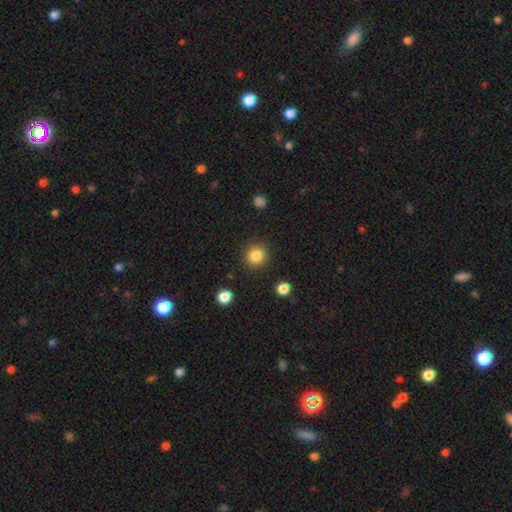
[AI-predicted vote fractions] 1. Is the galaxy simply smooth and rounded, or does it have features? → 85% smooth, 10% star or artifact, 4% featured or disk.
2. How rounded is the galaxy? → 94% round, 5% in between, 1% cigar-shaped.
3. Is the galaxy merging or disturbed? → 90% none, 6% minor disturbance, 2% major disturbance, 2% merger.